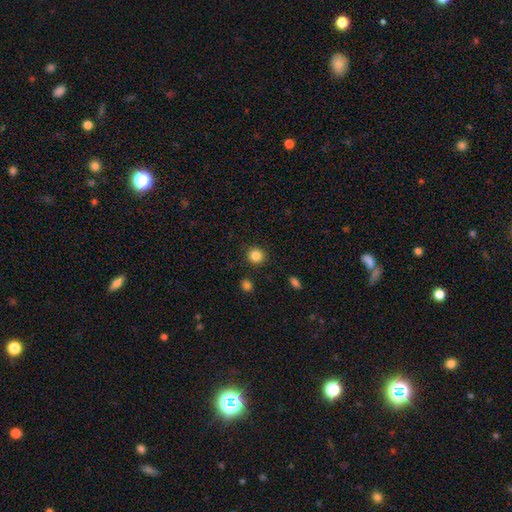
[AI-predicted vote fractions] This is clearly a smooth galaxy (85%). How rounded: clearly round (90%). Merging: clearly none (89%).